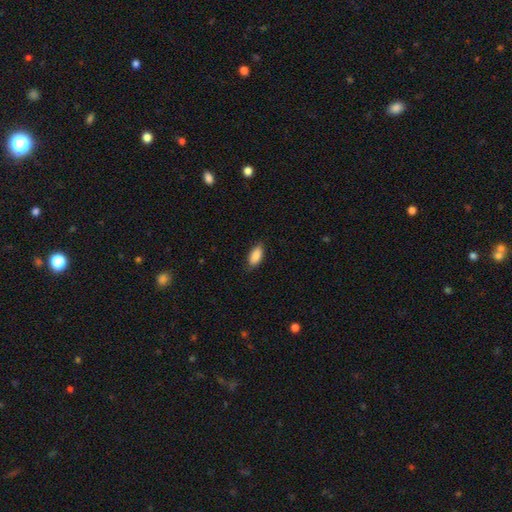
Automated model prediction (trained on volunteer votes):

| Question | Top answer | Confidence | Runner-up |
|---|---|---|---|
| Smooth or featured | smooth | 89% | star or artifact (6%) |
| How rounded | in between | 88% | cigar-shaped (9%) |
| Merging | none | 82% | minor disturbance (14%) |